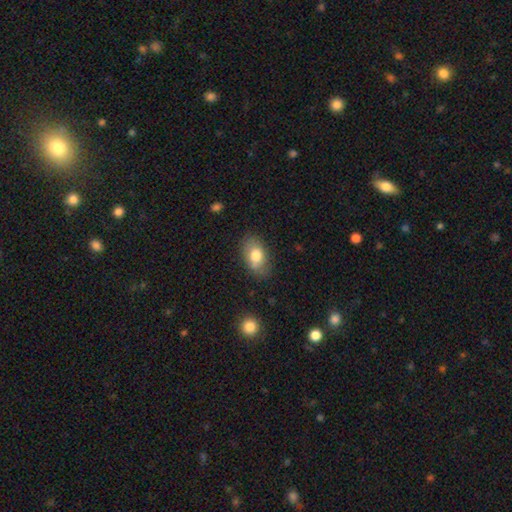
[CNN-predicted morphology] smooth 76%, featured or disk 17%, star or artifact 7%. Down the decision tree: how rounded — in between (90%); merging — none (75%).